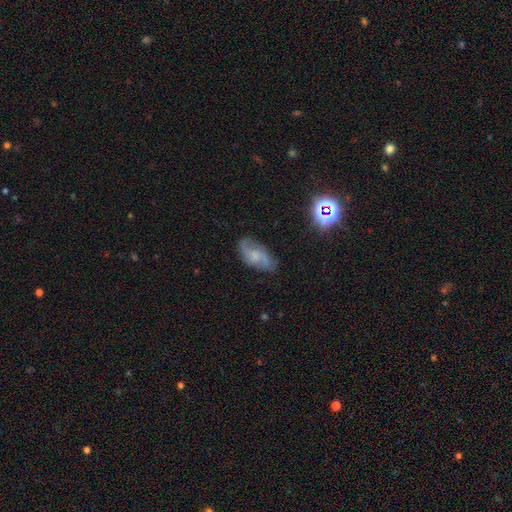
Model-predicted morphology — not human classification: Smooth or featured: featured or disk — 56% (smooth — 33%)
Edge-on disk: no — 93% (yes — 7%)
Bar: no — 61% (weak — 33%)
Spiral arms: yes — 86% (no — 14%)
Bulge size: small — 50% (moderate — 30%)
Merging: none — 69% (minor disturbance — 22%)